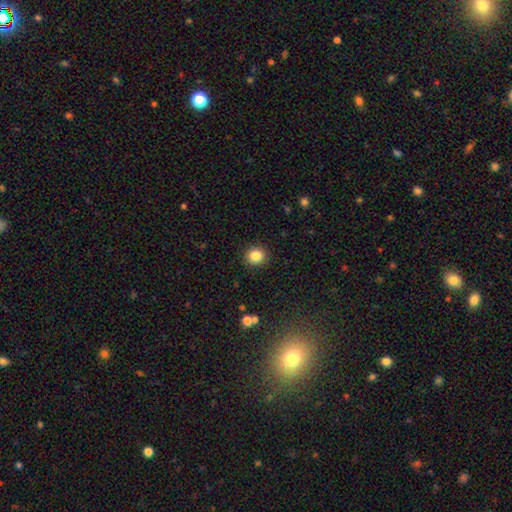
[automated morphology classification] Smooth or featured? Predicted: smooth (p=0.84). How rounded? Predicted: round (p=0.88). Merging? Predicted: none (p=0.91).